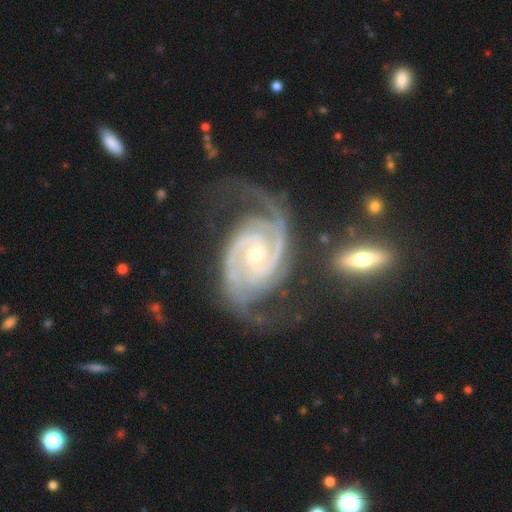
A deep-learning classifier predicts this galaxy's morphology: Smooth or featured? featured or disk (94%)
Edge-on disk? no (98%)
Bar? no (54%)
Spiral arms? yes (99%)
Spiral winding? tight (52%)
Spiral arm count? 2 (82%)
Bulge size? small (58%)
Merging? none (57%)